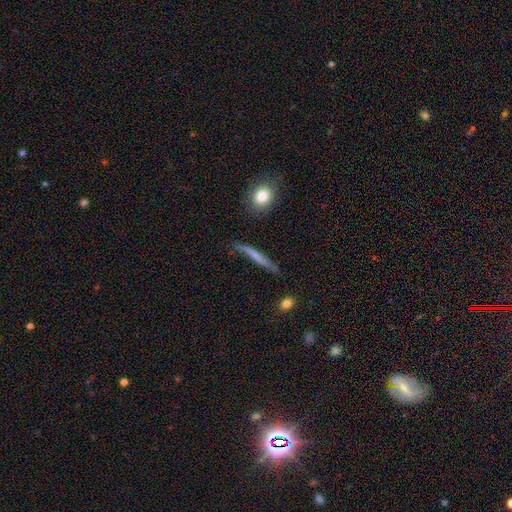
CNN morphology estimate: Overall: smooth (52%; featured or disk 39%). How rounded: cigar-shaped (90%). Merging: none (63%; minor disturbance 24%).